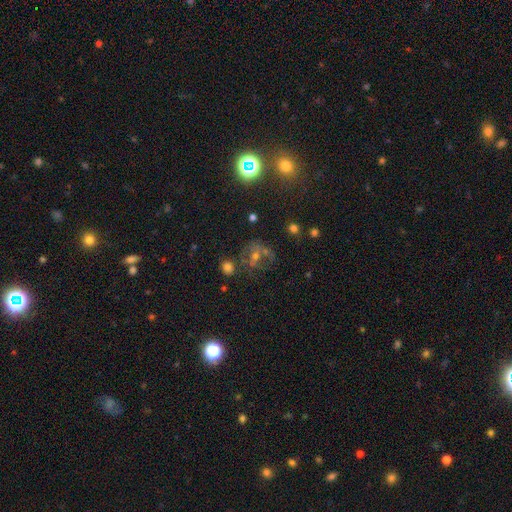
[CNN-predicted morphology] star or artifact 41%, featured or disk 31%, smooth 28%.